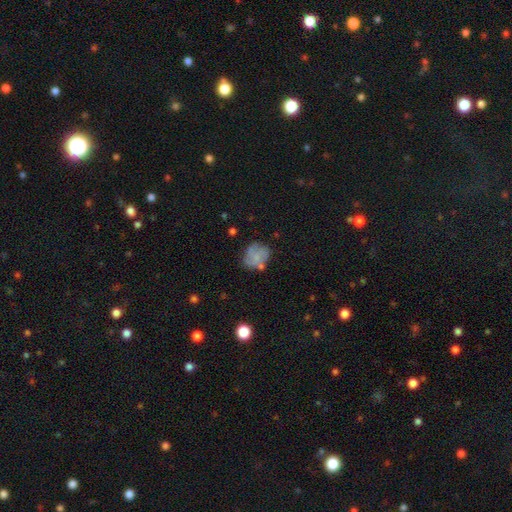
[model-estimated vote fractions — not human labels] smooth 49%, featured or disk 42%, star or artifact 9%. Down the decision tree: merging — none (59%).